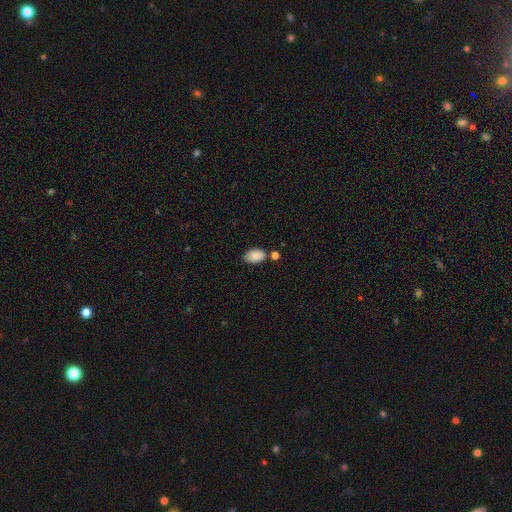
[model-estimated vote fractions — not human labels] Smooth or featured?
  - smooth: 88% *
  - star or artifact: 8%
  - featured or disk: 4%
How rounded?
  - in between: 90% *
  - round: 9%
  - cigar-shaped: 1%
Merging?
  - none: 65% *
  - minor disturbance: 18%
  - merger: 13%
  - major disturbance: 4%